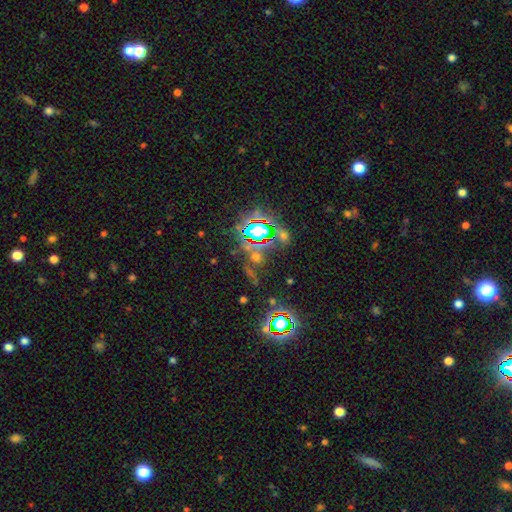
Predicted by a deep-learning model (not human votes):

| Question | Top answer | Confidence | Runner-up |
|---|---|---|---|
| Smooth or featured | star or artifact | 75% | smooth (15%) |